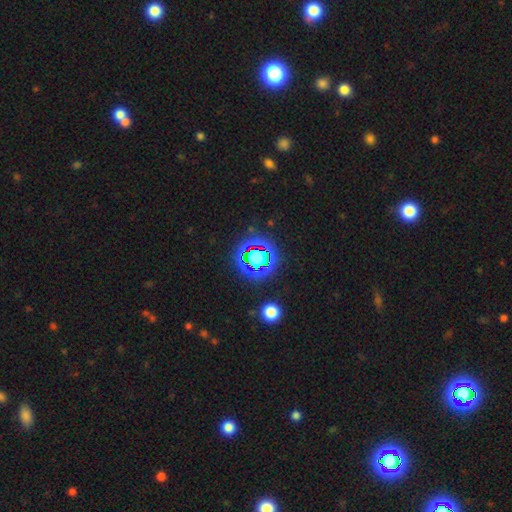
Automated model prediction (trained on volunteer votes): Morphology: type=star or artifact (79%).